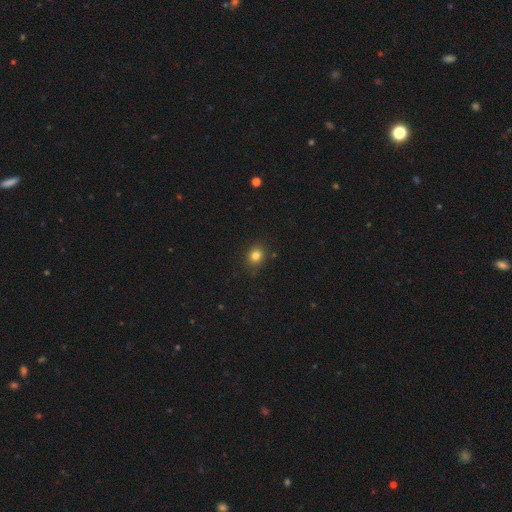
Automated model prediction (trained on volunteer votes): This appears to be a smooth galaxy with no disk features (81%) that is round (77%). Merging: none (87%).